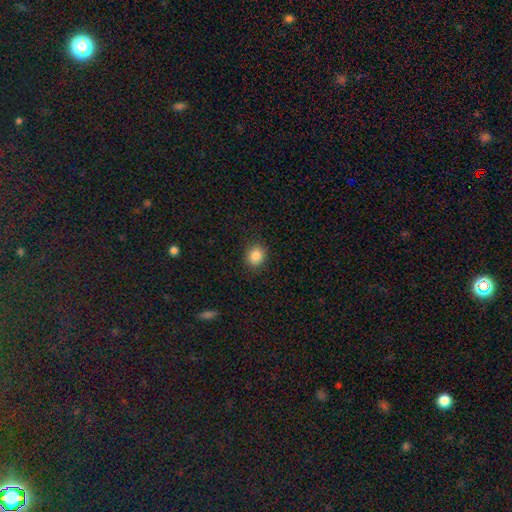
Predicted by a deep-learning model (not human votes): smooth 85%, star or artifact 10%, featured or disk 5%. Down the decision tree: how rounded — round (71%); merging — none (89%).